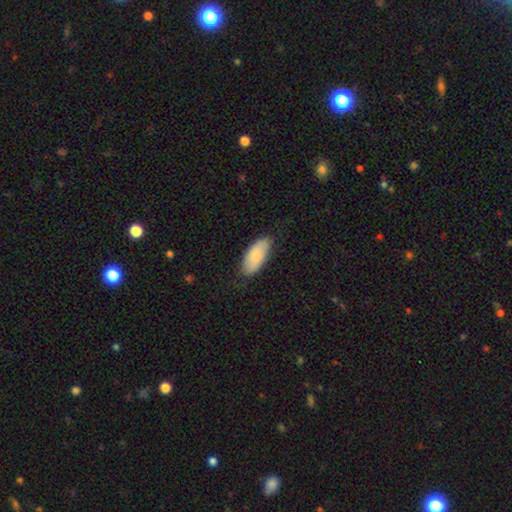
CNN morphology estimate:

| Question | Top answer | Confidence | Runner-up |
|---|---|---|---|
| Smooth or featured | smooth | 80% | featured or disk (14%) |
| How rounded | in between | 89% | cigar-shaped (9%) |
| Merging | none | 81% | minor disturbance (16%) |